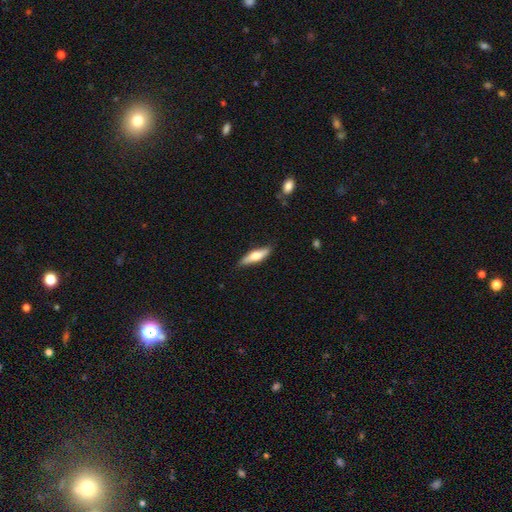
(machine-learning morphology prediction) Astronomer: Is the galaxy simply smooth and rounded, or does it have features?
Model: smooth — 60%.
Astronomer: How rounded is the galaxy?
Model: cigar-shaped — 67%.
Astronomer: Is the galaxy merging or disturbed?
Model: none — 83%.